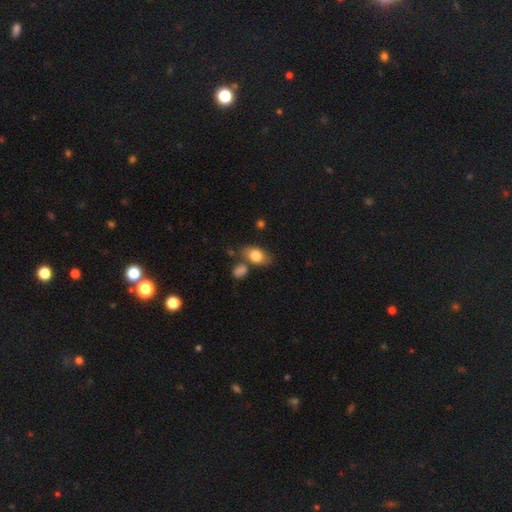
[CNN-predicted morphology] Smooth or featured?
  - smooth: 79% *
  - featured or disk: 14%
  - star or artifact: 7%
How rounded?
  - in between: 84% *
  - round: 13%
  - cigar-shaped: 3%
Merging?
  - none: 65% *
  - minor disturbance: 16%
  - merger: 14%
  - major disturbance: 5%